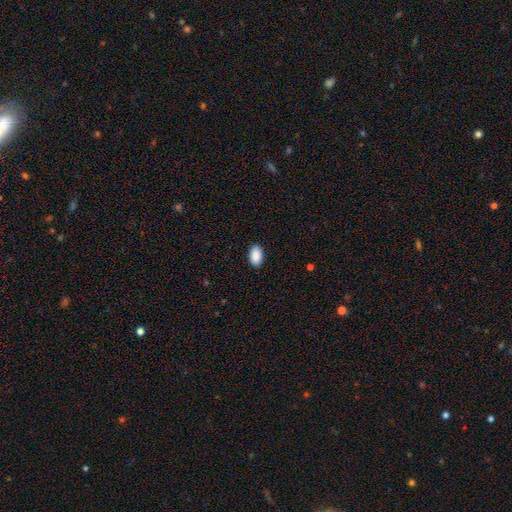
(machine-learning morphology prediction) Smooth or featured? Predicted: smooth (p=0.90). How rounded? Predicted: in between (p=0.93). Merging? Predicted: none (p=0.89).